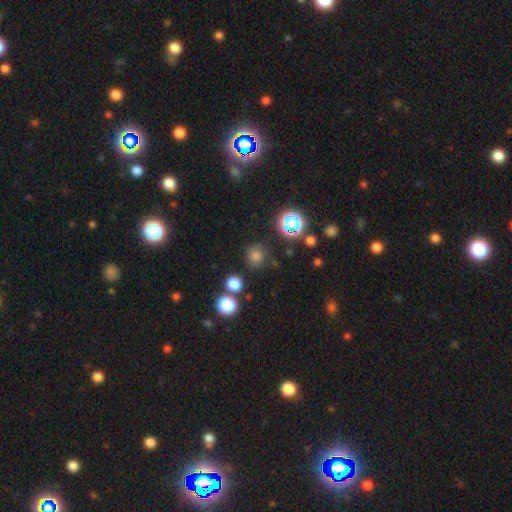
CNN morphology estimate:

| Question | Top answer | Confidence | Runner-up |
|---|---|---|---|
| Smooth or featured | smooth | 73% | star or artifact (21%) |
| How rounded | round | 86% | in between (13%) |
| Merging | none | 82% | minor disturbance (10%) |